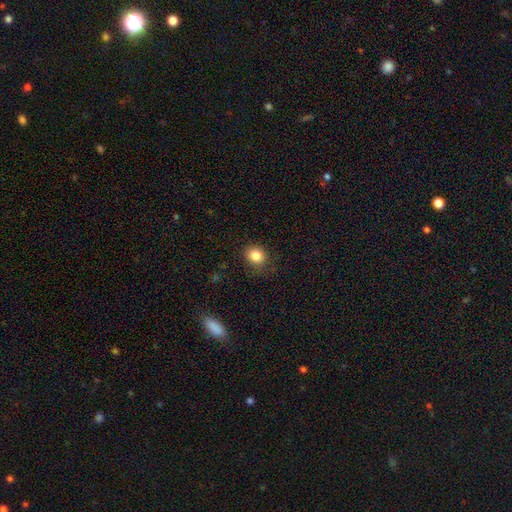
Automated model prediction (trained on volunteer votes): Q: Smooth or featured?
A: smooth (83%); runner-up: star or artifact (11%)
Q: How rounded?
A: round (69%); runner-up: in between (31%)
Q: Merging?
A: none (81%); runner-up: minor disturbance (14%)